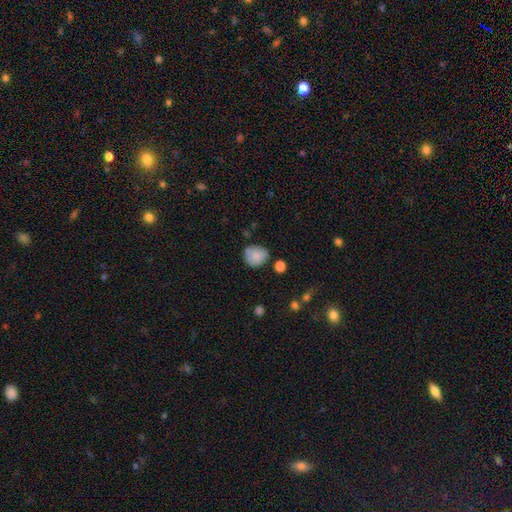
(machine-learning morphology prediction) type=smooth (78%); roundness=round (77%); merging=none (65%).